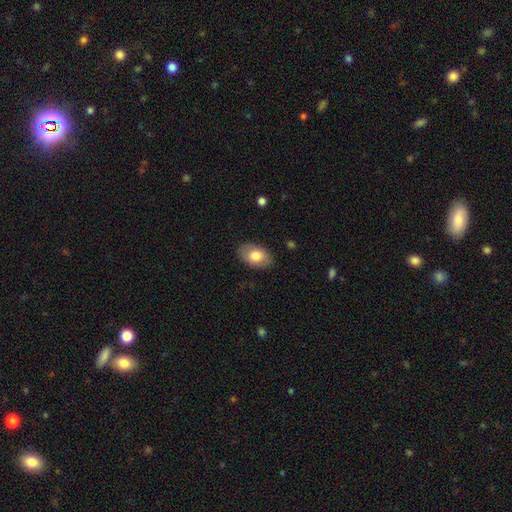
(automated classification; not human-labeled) smooth-or-featured: smooth: 77% | featured or disk: 16% | star or artifact: 6%
  how-rounded: in between: 91% | round: 8% | cigar-shaped: 1%
  merging: none: 85% | minor disturbance: 11% | major disturbance: 3% | merger: 1%